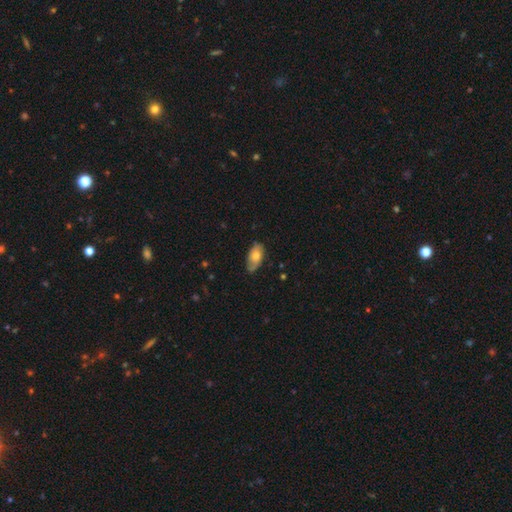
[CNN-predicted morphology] A smooth galaxy with no disk features (68%) that is in between round and cigar-shaped (92%).

Vote fractions:
- Smooth or featured? smooth: 68% / featured or disk: 26% / star or artifact: 6%
- How rounded? in between: 92% / cigar-shaped: 4% / round: 4%
- Merging? none: 71% / minor disturbance: 24% / major disturbance: 4% / merger: 1%